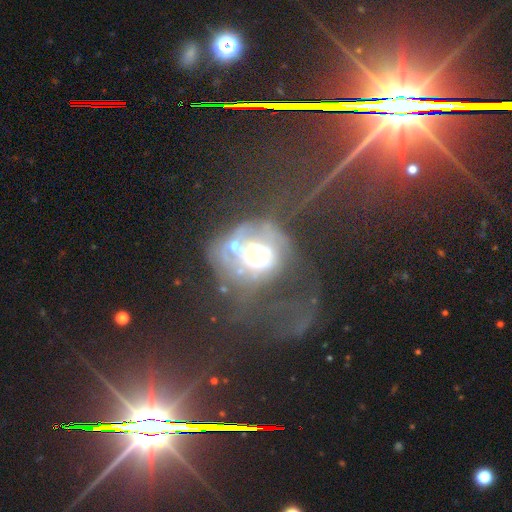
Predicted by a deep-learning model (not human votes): smooth-or-featured: featured or disk: 68% | smooth: 20% | star or artifact: 12%
  disk-edge-on: no: 97% | yes: 3%
    bar: no: 82% | weak: 14% | strong: 4%
    has-spiral-arms: yes: 52% | no: 48%
    bulge-size: moderate: 61% | large: 17% | small: 16% | dominant: 3% | none: 2%
  merging: major disturbance: 50% | none: 23% | merger: 13% | minor disturbance: 13%